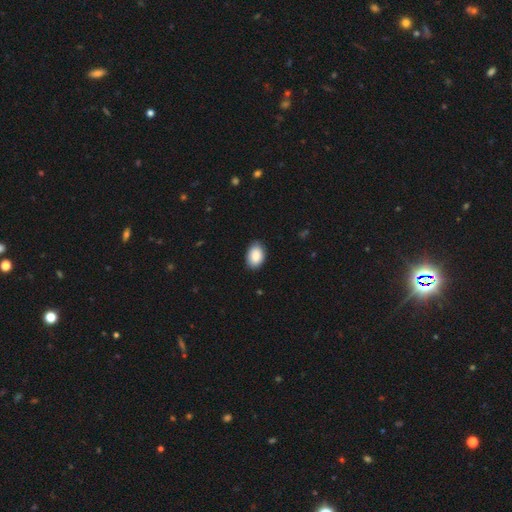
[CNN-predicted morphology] This appears to be a smooth galaxy with no disk features (89%) that is in between round and cigar-shaped (88%). Merging: none (85%).